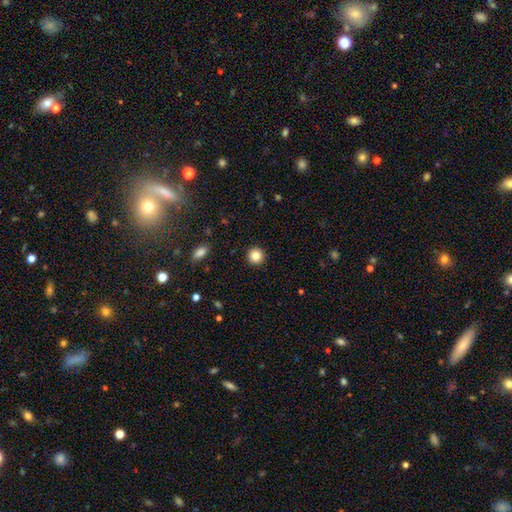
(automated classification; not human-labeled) Q: Smooth or featured?
A: smooth (84%); runner-up: star or artifact (10%)
Q: How rounded?
A: round (95%); runner-up: in between (4%)
Q: Merging?
A: none (93%); runner-up: minor disturbance (5%)